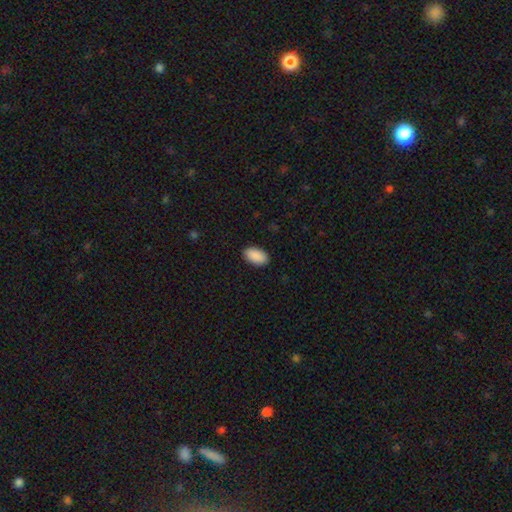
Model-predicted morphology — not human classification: This is clearly a smooth galaxy (91%). How rounded: clearly in between (95%). Merging: clearly none (90%).